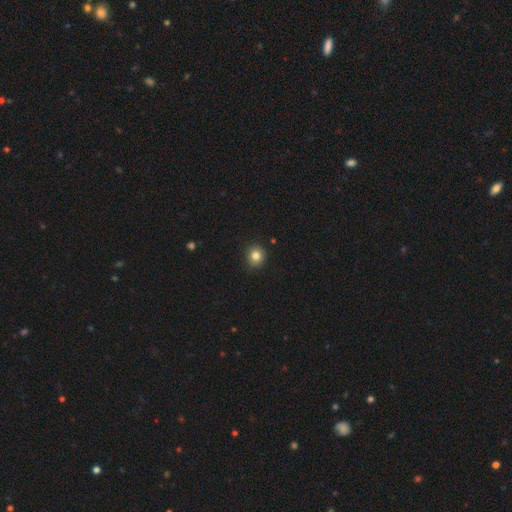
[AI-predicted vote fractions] The model was most divided on "smooth or featured": smooth: 82%, star or artifact: 12%, featured or disk: 7%. More confident: merging — none (90%); how rounded — round (87%).